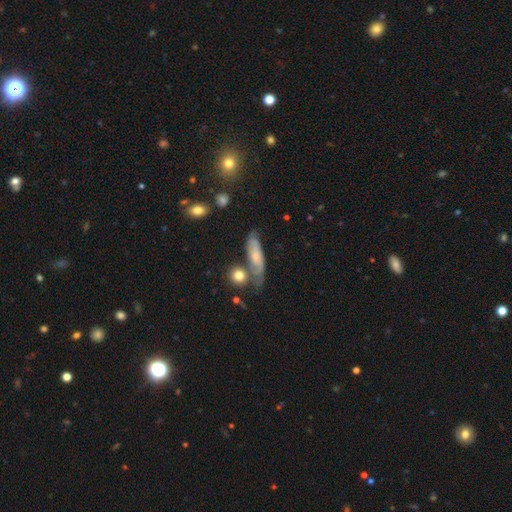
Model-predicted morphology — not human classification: smooth-or-featured: featured or disk: 46% (tied) | smooth: 46% (tied) | star or artifact: 8%
  merging: none: 50% | minor disturbance: 25% | merger: 14% | major disturbance: 11%